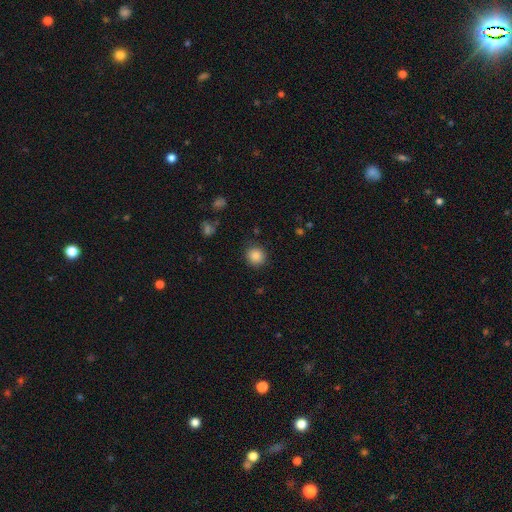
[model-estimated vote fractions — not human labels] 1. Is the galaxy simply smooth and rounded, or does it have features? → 85% smooth, 10% star or artifact, 4% featured or disk.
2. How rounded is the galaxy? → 91% round, 8% in between, 1% cigar-shaped.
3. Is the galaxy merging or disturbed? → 89% none, 7% minor disturbance, 3% major disturbance, 1% merger.